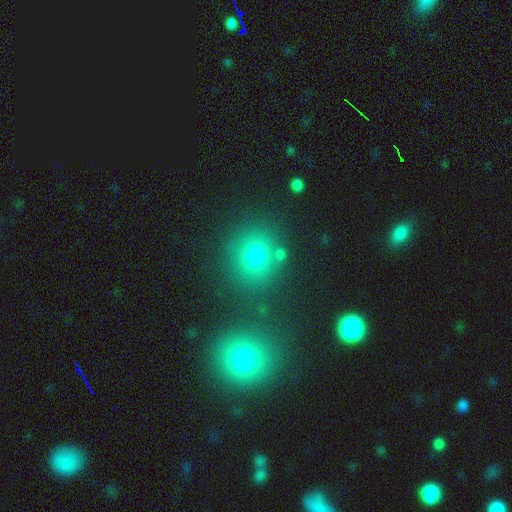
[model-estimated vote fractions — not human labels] smooth_or_featured: smooth (p=0.72) [alt: star or artifact p=0.18]
how_rounded: round (p=0.78) [alt: in between p=0.21]
merging: none (p=0.72) [alt: merger p=0.12]